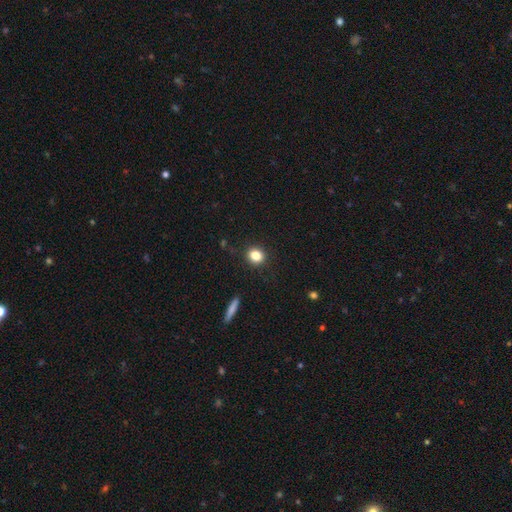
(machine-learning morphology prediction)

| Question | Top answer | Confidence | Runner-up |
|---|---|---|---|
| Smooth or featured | smooth | 83% | star or artifact (11%) |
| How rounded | round | 71% | in between (27%) |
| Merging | none | 89% | minor disturbance (7%) |